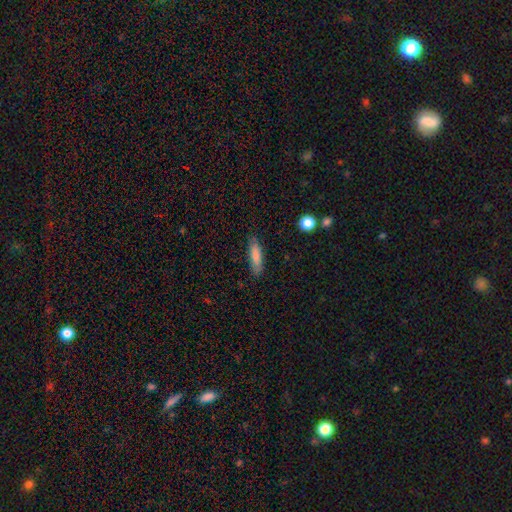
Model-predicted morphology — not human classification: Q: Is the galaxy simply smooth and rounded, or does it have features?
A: smooth — 81%.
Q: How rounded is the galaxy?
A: cigar-shaped — 61%.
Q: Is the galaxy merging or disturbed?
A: none — 82%.